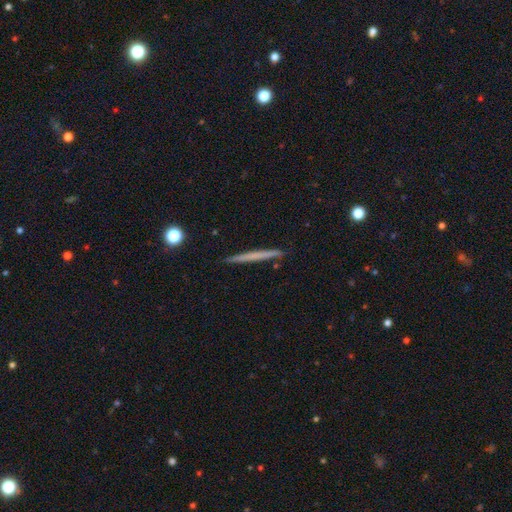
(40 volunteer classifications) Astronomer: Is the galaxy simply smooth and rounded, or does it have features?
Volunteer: smooth — 55% (runner-up: featured or disk, 42%).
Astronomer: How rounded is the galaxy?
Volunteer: cigar-shaped — 100%.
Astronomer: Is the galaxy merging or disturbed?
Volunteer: none — 85%.